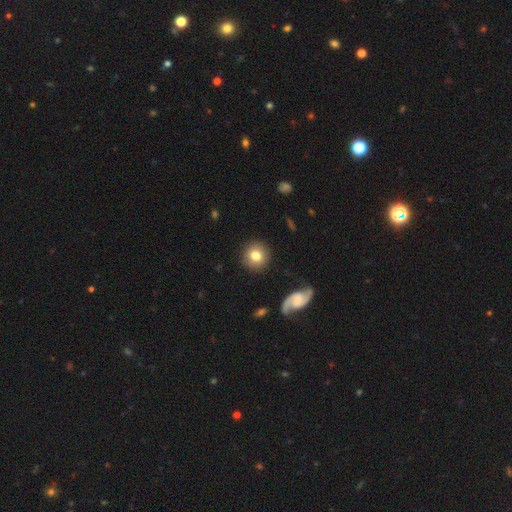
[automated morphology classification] Smooth or featured?
  - smooth: 74% *
  - featured or disk: 18%
  - star or artifact: 8%
How rounded?
  - round: 92% *
  - in between: 7%
  - cigar-shaped: 1%
Merging?
  - none: 89% *
  - minor disturbance: 7%
  - major disturbance: 2%
  - merger: 2%